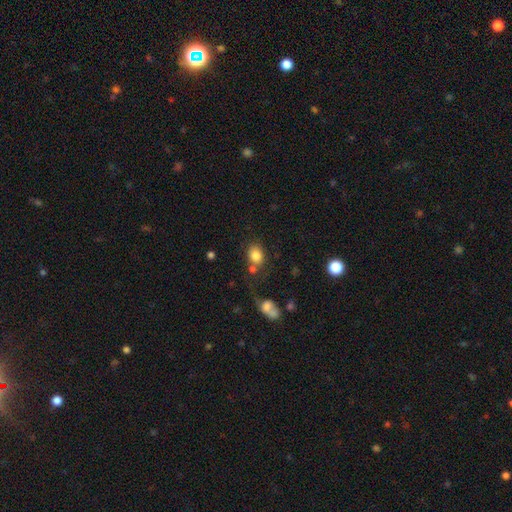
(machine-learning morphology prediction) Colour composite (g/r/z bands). It shows a smooth galaxy with no disk features (82%) that is round (54%). Merging: none (60%).